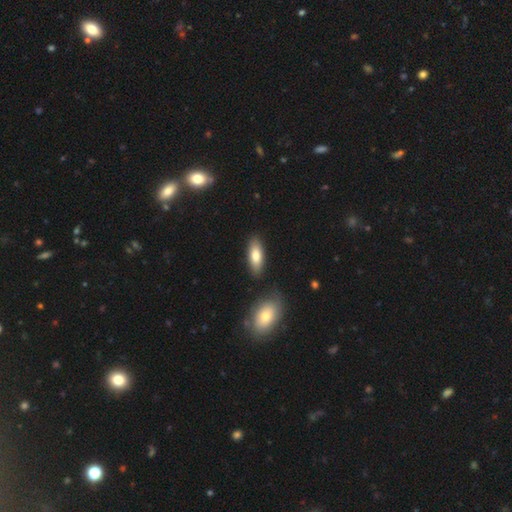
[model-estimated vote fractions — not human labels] Q: Smooth or featured?
A: smooth (78%); runner-up: featured or disk (16%)
Q: How rounded?
A: in between (76%); runner-up: cigar-shaped (22%)
Q: Merging?
A: none (83%); runner-up: minor disturbance (10%)